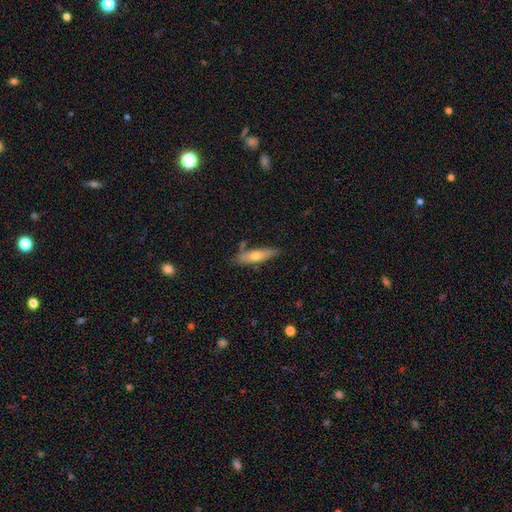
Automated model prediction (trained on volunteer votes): Morphology: type=smooth (49%); merging=none (79%).